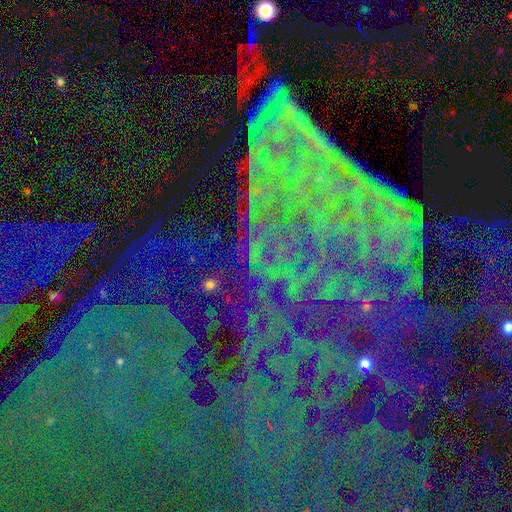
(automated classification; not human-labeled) A star or artifact, not a galaxy (84%).